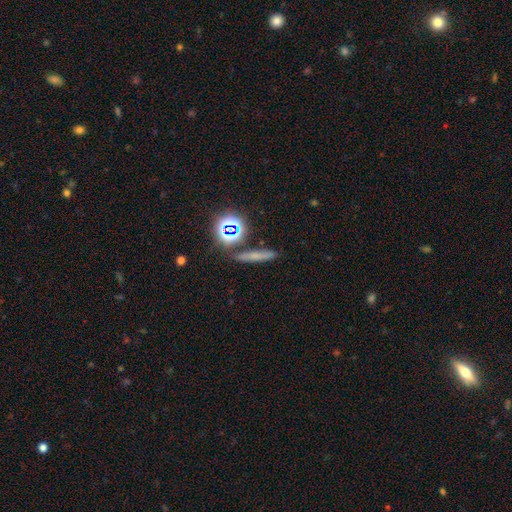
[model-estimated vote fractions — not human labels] A smooth galaxy with no disk features (55%) that is cigar-shaped (78%). Merging: none (82%).